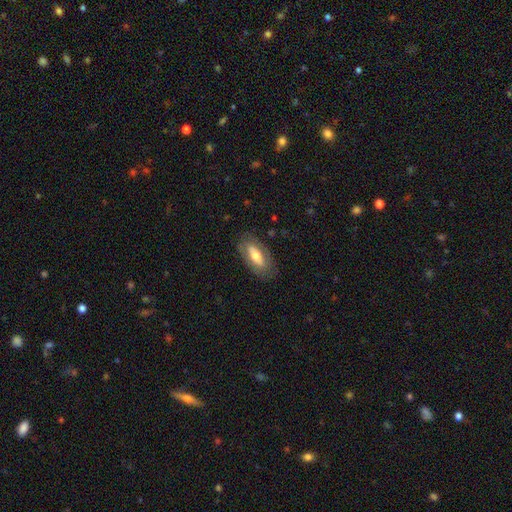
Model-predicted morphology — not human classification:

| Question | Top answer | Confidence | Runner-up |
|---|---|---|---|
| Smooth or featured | smooth | 53% | featured or disk (41%) |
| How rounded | in between | 85% | cigar-shaped (12%) |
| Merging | none | 80% | minor disturbance (14%) |